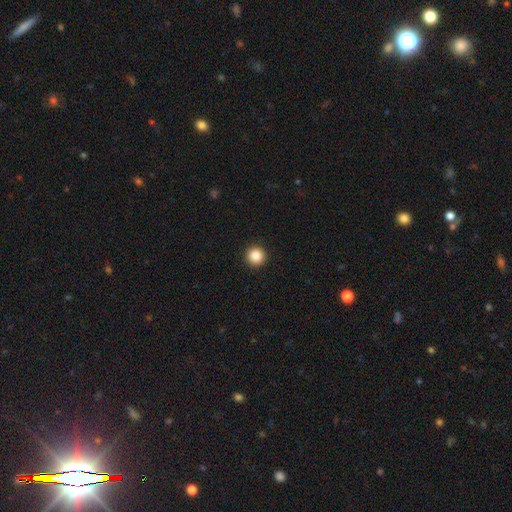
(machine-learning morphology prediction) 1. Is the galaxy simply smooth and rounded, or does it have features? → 87% smooth, 10% star or artifact, 3% featured or disk.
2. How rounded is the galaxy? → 96% round, 3% in between, 1% cigar-shaped.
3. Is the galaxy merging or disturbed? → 94% none, 4% minor disturbance, 2% major disturbance, 1% merger.